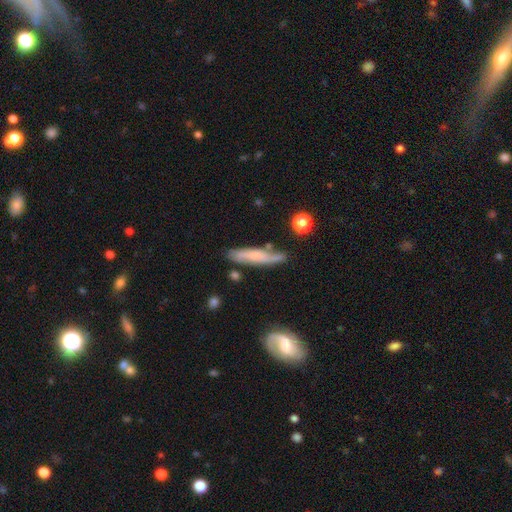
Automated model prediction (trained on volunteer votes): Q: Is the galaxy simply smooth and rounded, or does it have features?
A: smooth — 47%.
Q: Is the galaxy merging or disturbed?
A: none — 66%.